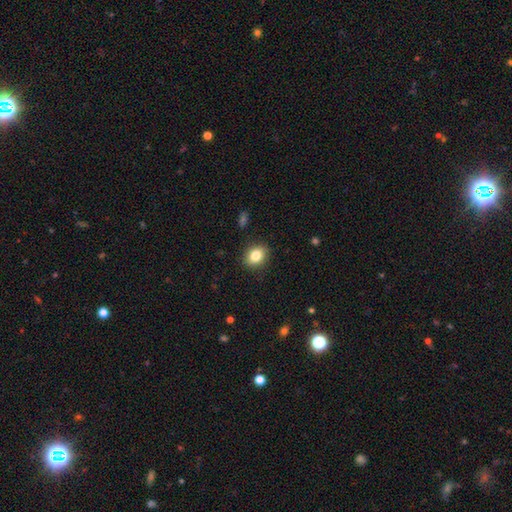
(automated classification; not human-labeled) Smooth or featured? Predicted: smooth (p=0.83). How rounded? Predicted: in between (p=0.58). Merging? Predicted: none (p=0.88).